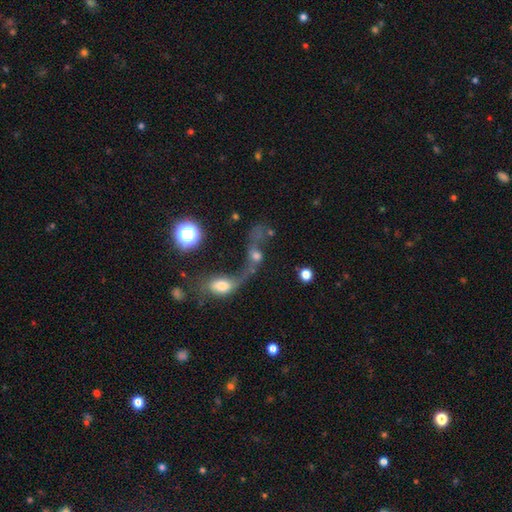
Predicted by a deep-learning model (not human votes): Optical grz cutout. It shows a smooth galaxy with no disk features (47%). Merging: merger (69%).